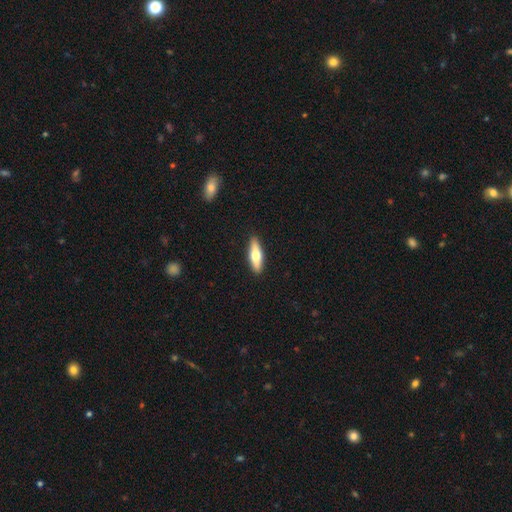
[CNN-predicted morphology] The model was most divided on "how rounded": cigar-shaped: 54%, in between: 43%, round: 2%. More confident: merging — none (91%); smooth or featured — smooth (61%).